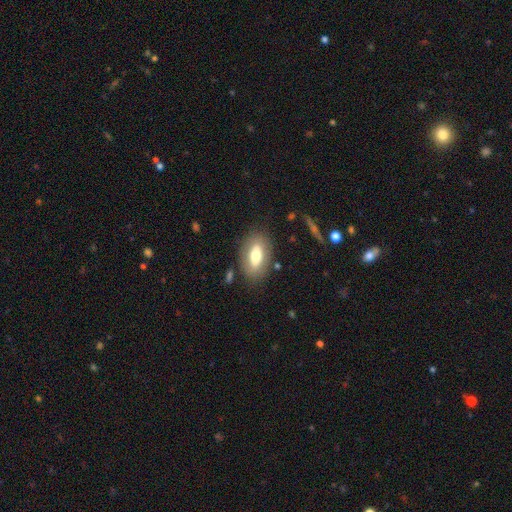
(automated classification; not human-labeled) Morphology: type=smooth (66%); roundness=in between (89%); merging=none (81%).